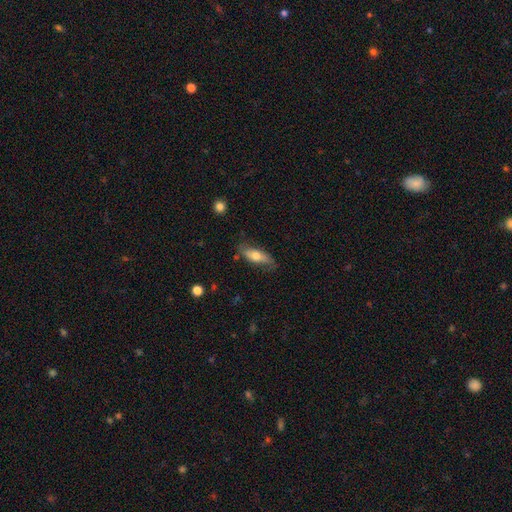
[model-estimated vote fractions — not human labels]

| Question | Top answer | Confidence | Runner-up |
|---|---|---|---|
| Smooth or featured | smooth | 62% | featured or disk (32%) |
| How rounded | in between | 64% | cigar-shaped (33%) |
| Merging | none | 70% | minor disturbance (23%) |